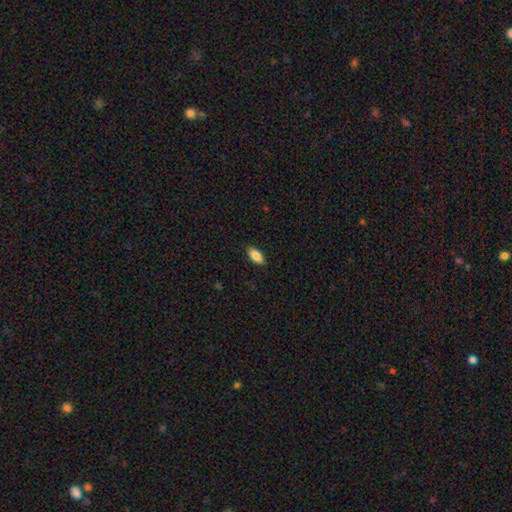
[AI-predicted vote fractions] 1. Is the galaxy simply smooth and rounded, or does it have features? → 83% smooth, 10% featured or disk, 7% star or artifact.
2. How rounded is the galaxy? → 82% in between, 16% cigar-shaped, 2% round.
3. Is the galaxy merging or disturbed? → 88% none, 9% minor disturbance, 2% major disturbance, 1% merger.